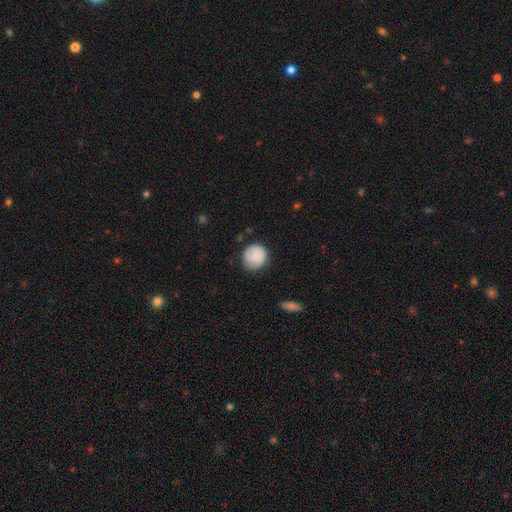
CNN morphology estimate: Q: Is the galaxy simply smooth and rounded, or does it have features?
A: smooth — 80%.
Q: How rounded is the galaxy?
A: round — 89%.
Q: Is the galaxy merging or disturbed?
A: none — 77%.